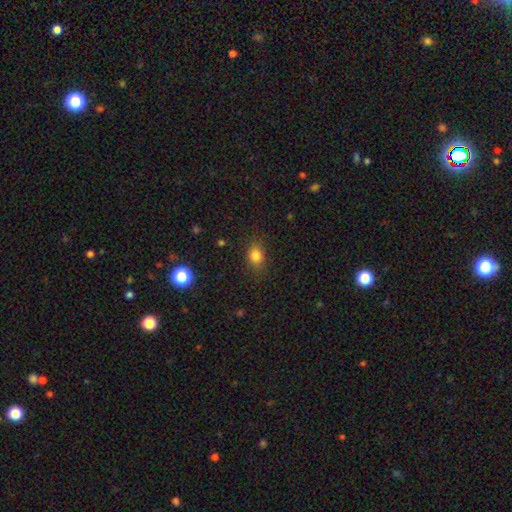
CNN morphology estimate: The model was most divided on "how rounded": in between: 52%, round: 46%, cigar-shaped: 2%. More confident: merging — none (82%); smooth or featured — smooth (81%).